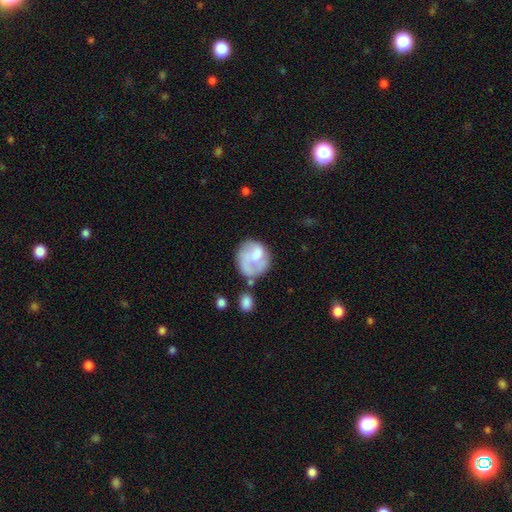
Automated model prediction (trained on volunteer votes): smooth-or-featured: smooth: 53% | featured or disk: 39% | star or artifact: 8%
  how-rounded: round: 72% | in between: 27% | cigar-shaped: 1%
  merging: none: 44% | minor disturbance: 24% | major disturbance: 22% | merger: 10%